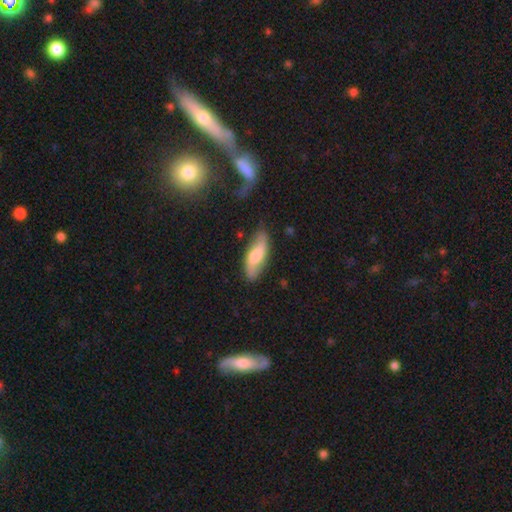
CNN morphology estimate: smooth_or_featured: smooth (p=0.47) [alt: featured or disk p=0.46]
merging: none (p=0.76) [alt: minor disturbance p=0.18]